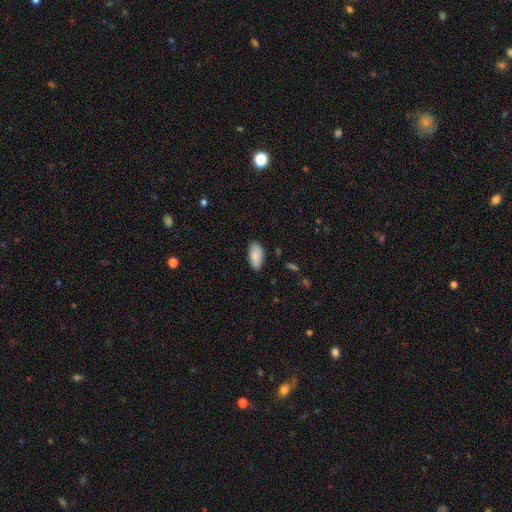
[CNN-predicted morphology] This appears to be a smooth galaxy with no disk features (86%) that is in between round and cigar-shaped (93%). Merging: none (82%).